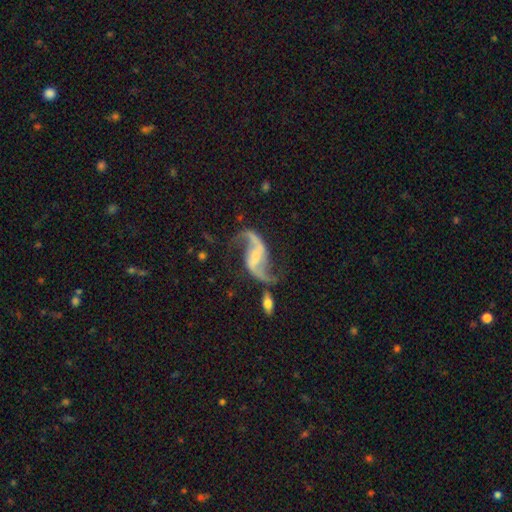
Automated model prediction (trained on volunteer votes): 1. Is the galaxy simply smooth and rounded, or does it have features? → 91% featured or disk, 5% star or artifact, 4% smooth.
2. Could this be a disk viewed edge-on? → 97% no, 3% yes.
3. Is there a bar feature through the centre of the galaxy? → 43% weak, 32% strong, 25% no.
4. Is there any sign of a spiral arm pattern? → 97% yes, 3% no.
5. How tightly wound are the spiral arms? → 82% loose, 15% medium, 3% tight.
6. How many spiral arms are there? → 93% 2, 2% 1, 2% can't tell, 1% 3, 1% 4, 1% more than 4.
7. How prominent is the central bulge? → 54% small, 24% moderate, 18% none, 3% large, 1% dominant.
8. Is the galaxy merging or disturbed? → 65% none, 16% minor disturbance, 12% major disturbance, 7% merger.